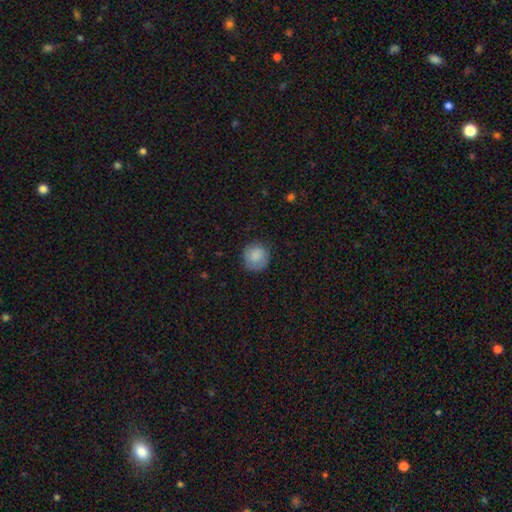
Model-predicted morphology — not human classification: A smooth galaxy with no disk features (82%) that is round (90%).

Vote fractions:
- Smooth or featured? smooth: 82% / featured or disk: 11% / star or artifact: 7%
- How rounded? round: 90% / in between: 9% / cigar-shaped: 1%
- Merging? none: 80% / minor disturbance: 15% / major disturbance: 4% / merger: 1%